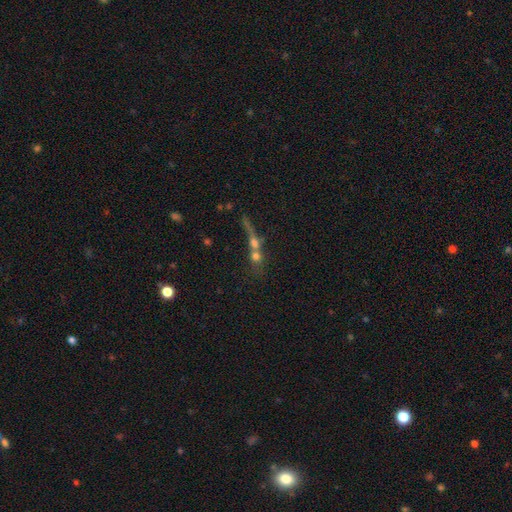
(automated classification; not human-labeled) A smooth galaxy with no disk features (54%) that is round (58%). Merging: merger (63%).